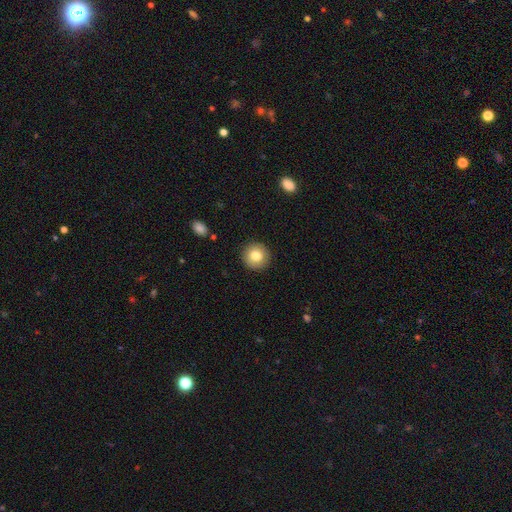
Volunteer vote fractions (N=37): Smooth or featured?
  - smooth: 86% *
  - star or artifact: 8%
  - featured or disk: 5%
How rounded?
  - round: 97% *
  - in between: 3%
  - cigar-shaped: 0%
Merging?
  - none: 94% *
  - major disturbance: 6%
  - minor disturbance: 0%
  - merger: 0%